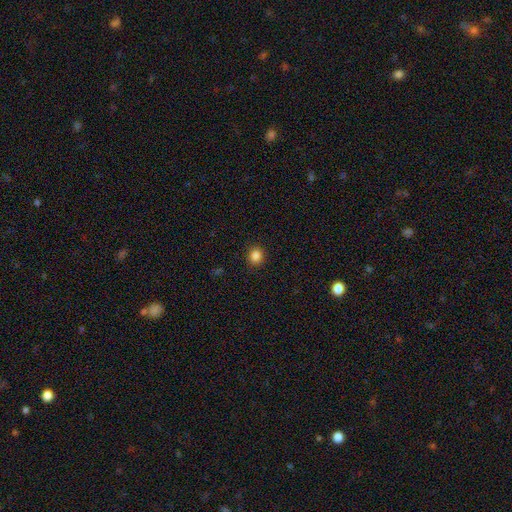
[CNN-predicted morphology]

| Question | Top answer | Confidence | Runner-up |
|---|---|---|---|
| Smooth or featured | smooth | 85% | star or artifact (12%) |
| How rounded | round | 86% | in between (13%) |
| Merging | none | 91% | minor disturbance (6%) |